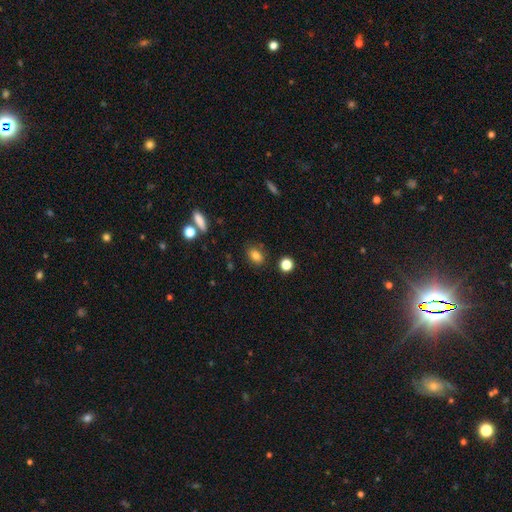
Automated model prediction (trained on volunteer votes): The model was most divided on "how rounded": in between: 74%, round: 24%, cigar-shaped: 2%. More confident: smooth or featured — smooth (83%); merging — none (82%).